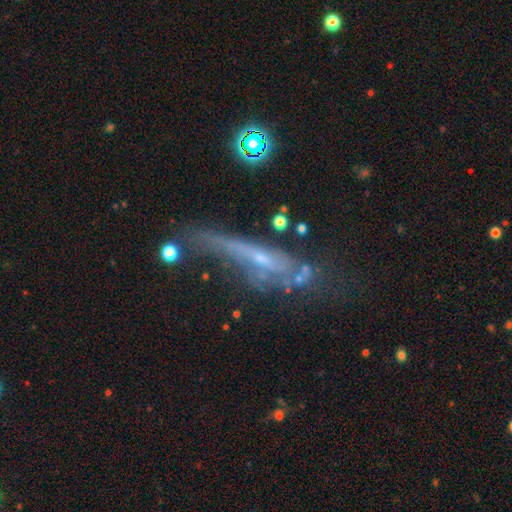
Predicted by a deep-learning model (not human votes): featured or disk 62%, smooth 25%, star or artifact 13%. Down the decision tree: edge-on disk — yes (54%); merging — none (35%).